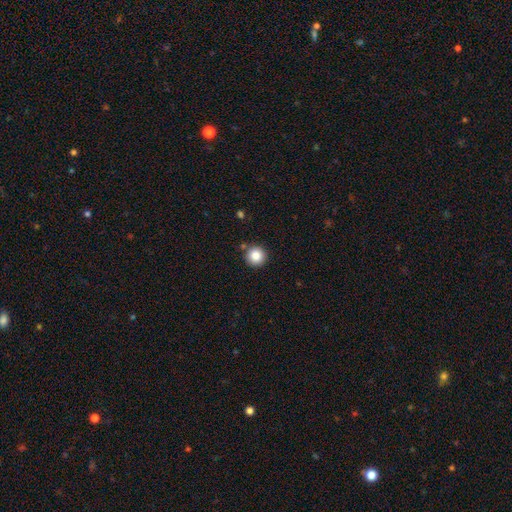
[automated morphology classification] Smooth or featured?
  - smooth: 86% *
  - star or artifact: 10%
  - featured or disk: 5%
How rounded?
  - round: 96% *
  - in between: 3%
  - cigar-shaped: 1%
Merging?
  - none: 87% *
  - minor disturbance: 7%
  - merger: 3%
  - major disturbance: 2%